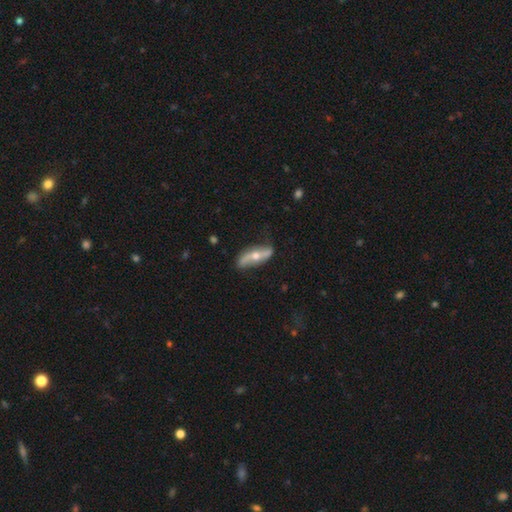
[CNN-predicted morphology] Overall: featured or disk (73%). Edge-on disk: no (71%). Bar: no (51%; strong 27%). Spiral arms: yes (84%). Bulge size: moderate (64%; small 31%). Merging: none (77%).